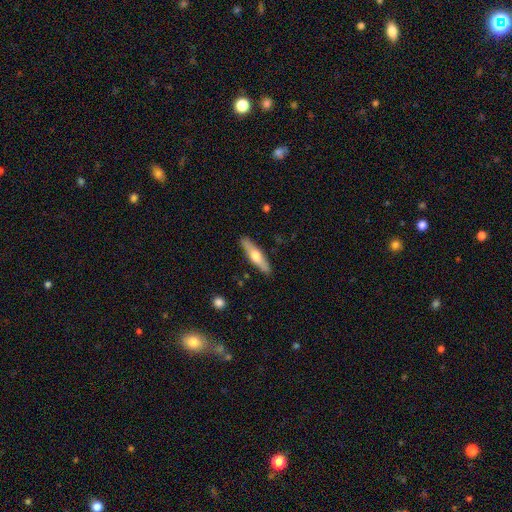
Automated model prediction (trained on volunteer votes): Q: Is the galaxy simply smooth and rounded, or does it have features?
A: smooth — 49%.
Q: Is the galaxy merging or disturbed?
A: none — 88%.